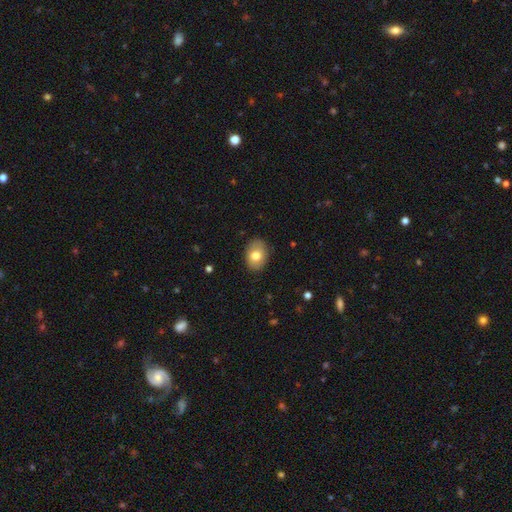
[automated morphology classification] smooth-or-featured: smooth: 77% | featured or disk: 15% | star or artifact: 7%
  how-rounded: in between: 78% | round: 21% | cigar-shaped: 1%
  merging: none: 88% | minor disturbance: 9% | major disturbance: 2% | merger: 1%